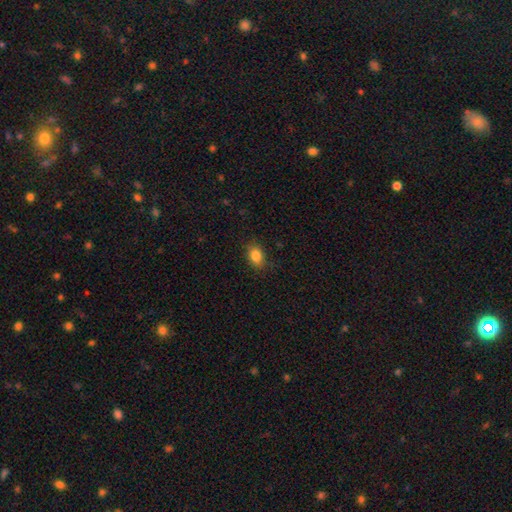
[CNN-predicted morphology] type=smooth (85%); roundness=in between (76%); merging=none (84%).